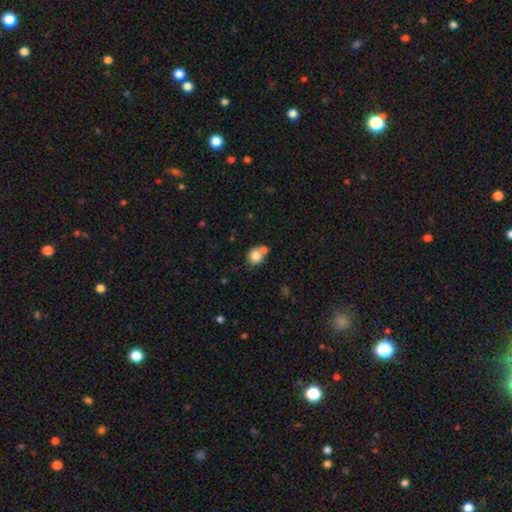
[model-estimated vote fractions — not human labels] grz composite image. It shows a smooth galaxy with no disk features (80%) that is round (79%). Merging: none (47%).